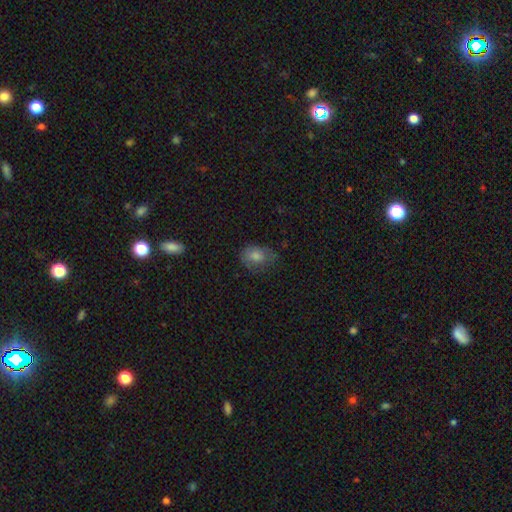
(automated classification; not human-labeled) This is likely a smooth galaxy (71%). How rounded: likely in between (66%). Merging: likely none (62%).